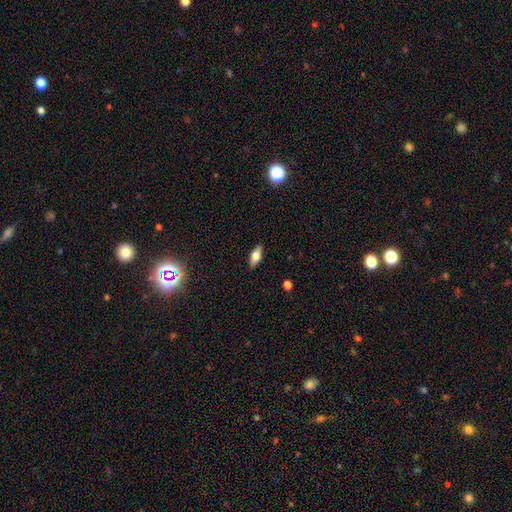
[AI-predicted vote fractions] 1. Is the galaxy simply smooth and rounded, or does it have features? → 58% smooth, 33% featured or disk, 8% star or artifact.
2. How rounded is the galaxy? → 74% in between, 22% cigar-shaped, 4% round.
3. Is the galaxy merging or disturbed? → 88% none, 9% minor disturbance, 2% major disturbance, 1% merger.